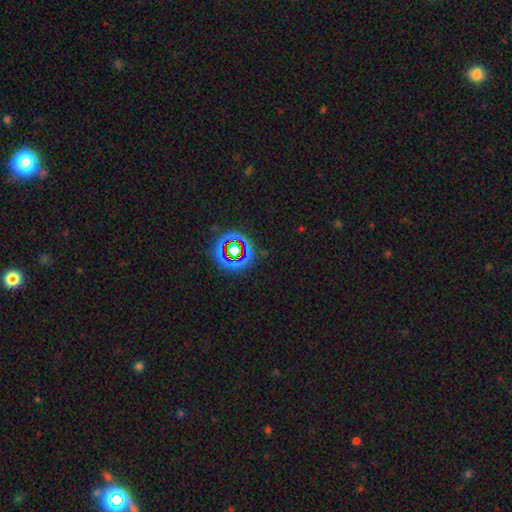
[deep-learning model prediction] Morphology: type=star or artifact (50%).